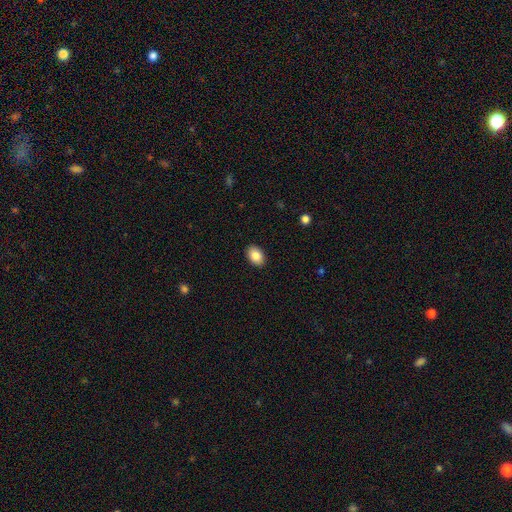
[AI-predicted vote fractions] The model was most divided on "how rounded": in between: 82%, round: 17%, cigar-shaped: 1%. More confident: merging — none (90%); smooth or featured — smooth (87%).